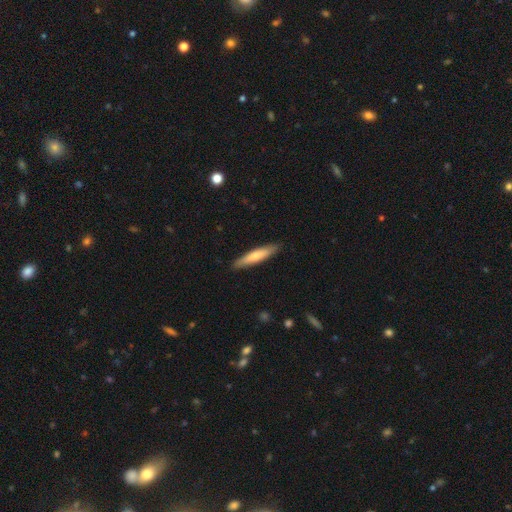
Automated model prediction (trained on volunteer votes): smooth_or_featured: smooth (p=0.67) [alt: featured or disk p=0.27]
how_rounded: cigar-shaped (p=0.88) [alt: in between p=0.11]
merging: none (p=0.89) [alt: minor disturbance p=0.09]